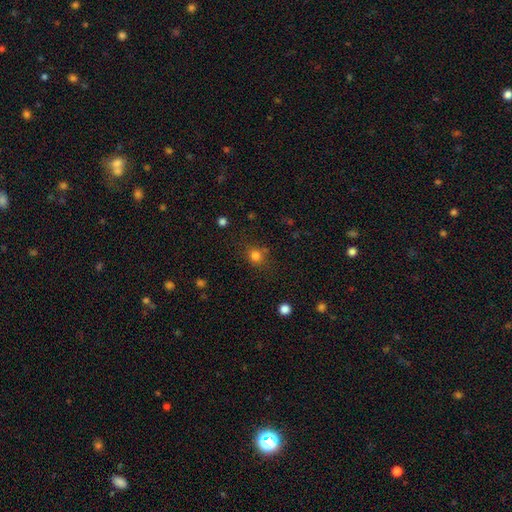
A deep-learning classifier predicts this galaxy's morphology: This appears to be a smooth galaxy with no disk features (80%) that is round (79%). Merging: none (74%).